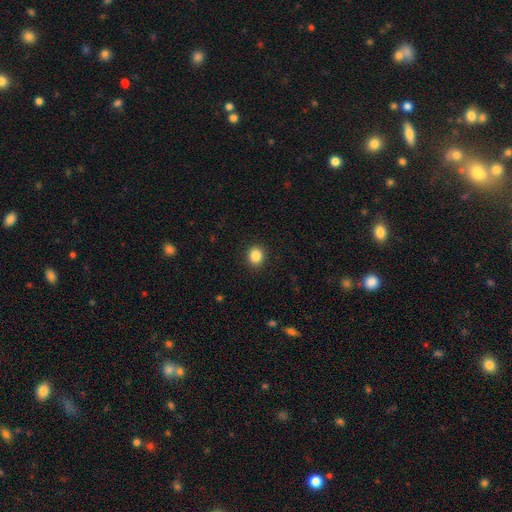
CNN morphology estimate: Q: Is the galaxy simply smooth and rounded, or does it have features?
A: smooth — 86%.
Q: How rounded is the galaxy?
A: round — 81%.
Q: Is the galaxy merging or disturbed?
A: none — 92%.